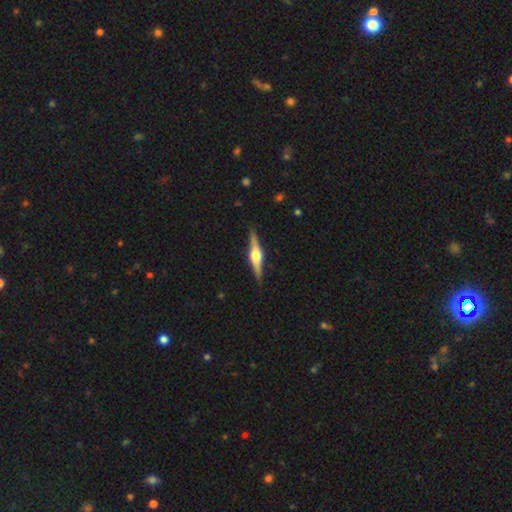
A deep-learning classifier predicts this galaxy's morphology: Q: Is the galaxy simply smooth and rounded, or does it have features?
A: featured or disk — 79%.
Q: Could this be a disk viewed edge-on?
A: yes — 98%.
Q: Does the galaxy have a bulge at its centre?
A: rounded — 93%.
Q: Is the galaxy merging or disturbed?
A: none — 90%.